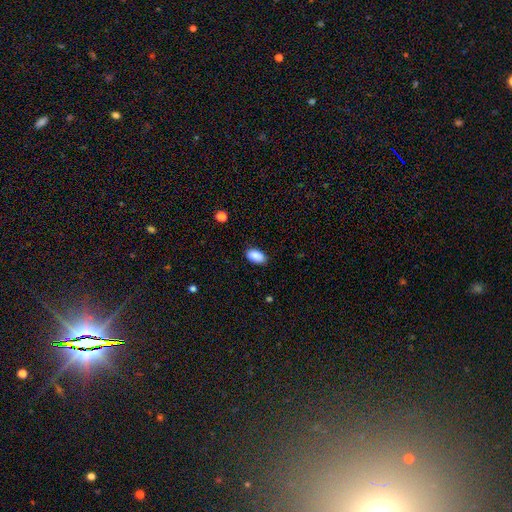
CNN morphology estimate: A smooth galaxy with no disk features (89%) that is in between round and cigar-shaped (94%). Merging: none (84%).